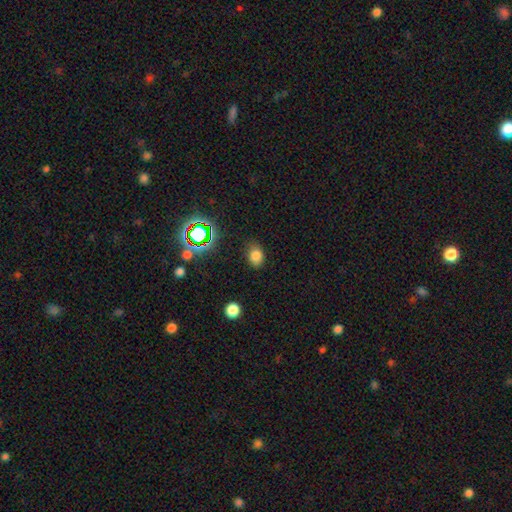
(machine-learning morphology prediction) Smooth or featured? smooth (76%)
How rounded? in between (67%)
Merging? none (81%)